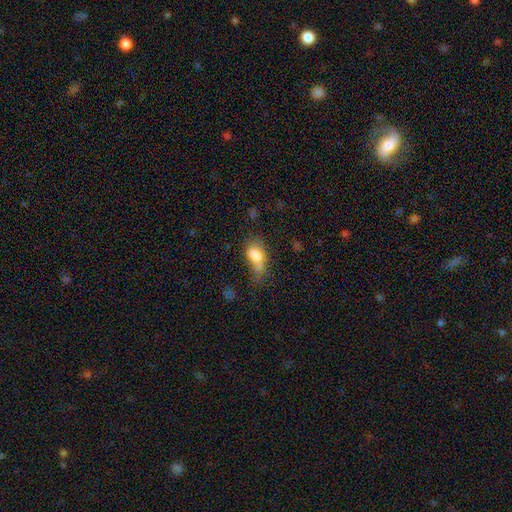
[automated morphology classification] smooth 73%, featured or disk 16%, star or artifact 11%. Down the decision tree: how rounded — in between (80%); merging — merger (32%).